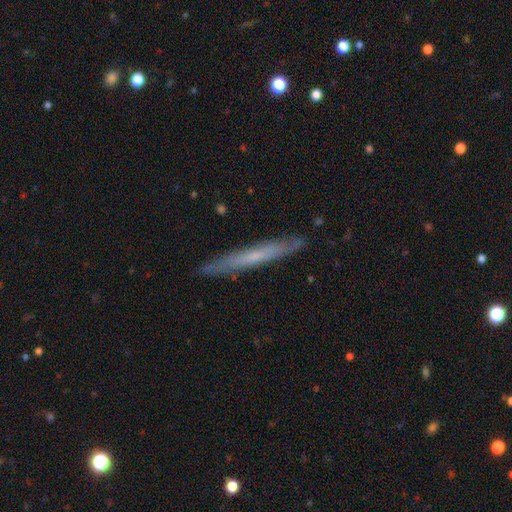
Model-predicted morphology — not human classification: featured or disk 49%, smooth 45%, star or artifact 6%. Down the decision tree: merging — none (87%).